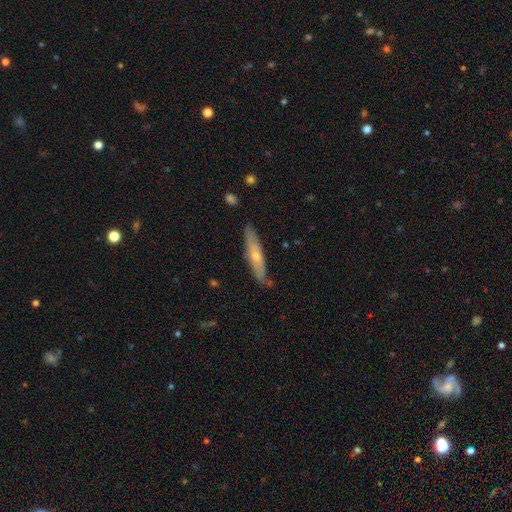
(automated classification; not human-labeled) A smooth galaxy with no disk features (53%) that is cigar-shaped (85%).

Vote fractions:
- Smooth or featured? smooth: 53% / featured or disk: 42% / star or artifact: 6%
- How rounded? cigar-shaped: 85% / in between: 13% / round: 2%
- Merging? none: 81% / minor disturbance: 14% / merger: 3% / major disturbance: 2%